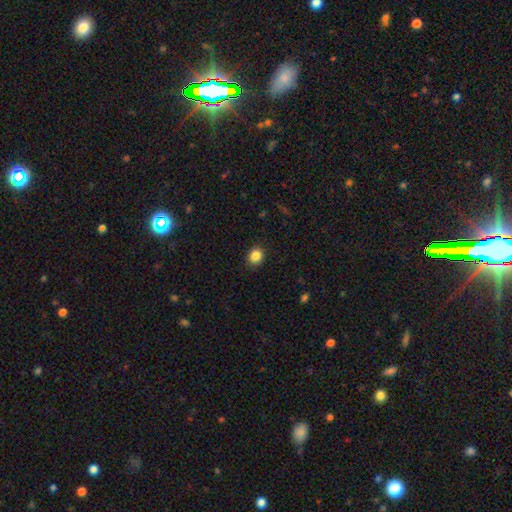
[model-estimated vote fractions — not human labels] Smooth or featured?
  - smooth: 85% *
  - star or artifact: 10%
  - featured or disk: 4%
How rounded?
  - round: 75% *
  - in between: 24%
  - cigar-shaped: 1%
Merging?
  - none: 90% *
  - minor disturbance: 7%
  - major disturbance: 2%
  - merger: 1%